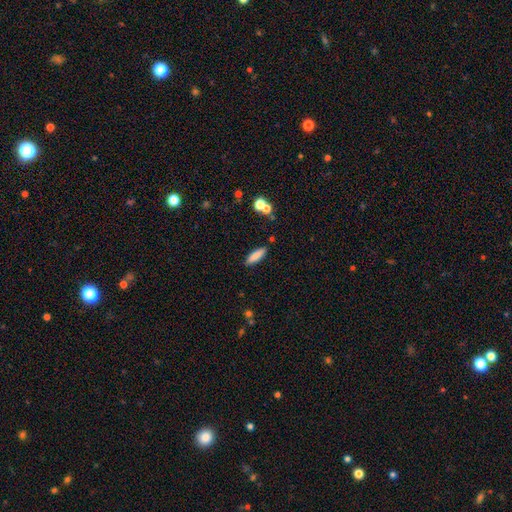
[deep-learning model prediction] smooth_or_featured: smooth (p=0.83) [alt: featured or disk p=0.10]
how_rounded: cigar-shaped (p=0.62) [alt: in between p=0.36]
merging: none (p=0.87) [alt: minor disturbance p=0.09]